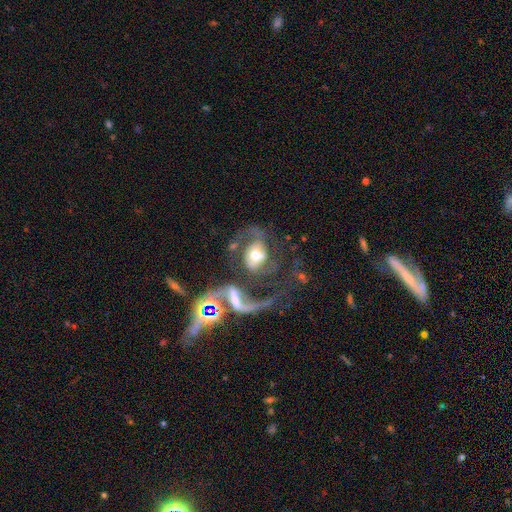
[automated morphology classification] A featured or disk galaxy (65%) with no bar (43%), spiral arms (76%) and a moderate central bulge (60%).

Vote fractions:
- Smooth or featured? featured or disk: 65% / smooth: 25% / star or artifact: 10%
- Edge-on disk? no: 95% / yes: 5%
- Bar? no: 43% / weak: 32% / strong: 25%
- Spiral arms? yes: 76% / no: 24%
- Bulge size? moderate: 60% / small: 18% / large: 16% / dominant: 3% / none: 3%
- Merging? merger: 40% / major disturbance: 25% / none: 24% / minor disturbance: 11%